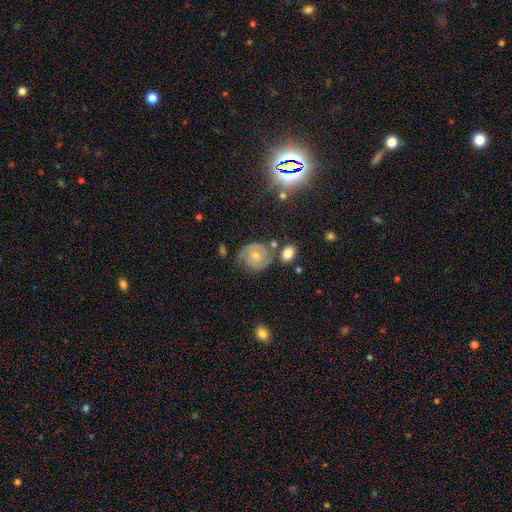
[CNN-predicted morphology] Smooth or featured? Predicted: featured or disk (p=0.71). Edge-on disk? Predicted: no (p=0.98). Bar? Predicted: no (p=0.64). Spiral arms? Predicted: yes (p=0.92). Spiral winding? Predicted: tight (p=0.58). Spiral arm count? Predicted: 2 (p=0.71). Bulge size? Predicted: small (p=0.50). Merging? Predicted: none (p=0.64).